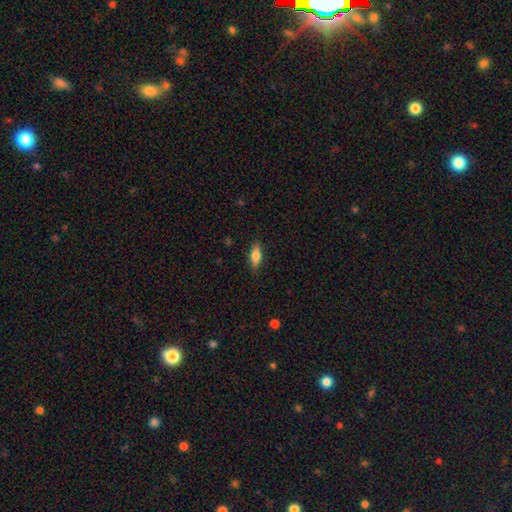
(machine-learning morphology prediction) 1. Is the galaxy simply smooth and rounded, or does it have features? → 74% smooth, 19% featured or disk, 7% star or artifact.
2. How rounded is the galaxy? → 68% in between, 29% cigar-shaped, 3% round.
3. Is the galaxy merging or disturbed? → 83% none, 13% minor disturbance, 3% major disturbance, 1% merger.